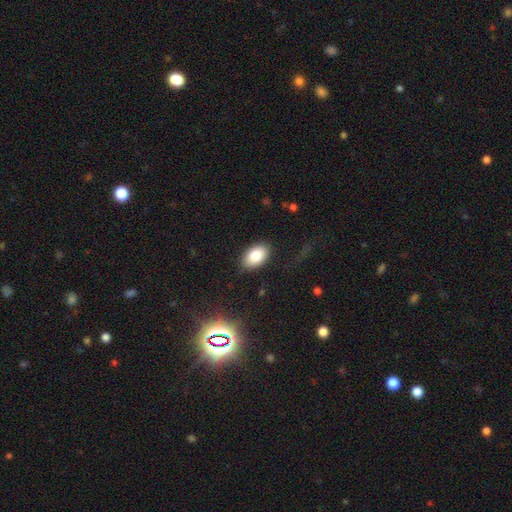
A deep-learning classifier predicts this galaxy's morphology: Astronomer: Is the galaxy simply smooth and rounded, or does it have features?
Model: smooth — 83%.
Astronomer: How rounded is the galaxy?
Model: in between — 92%.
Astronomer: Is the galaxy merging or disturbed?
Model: none — 84%.